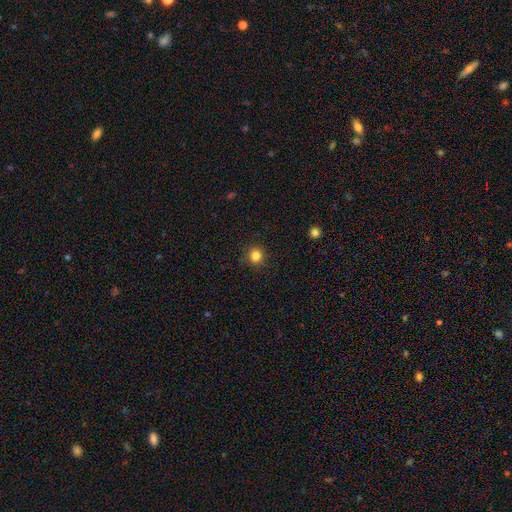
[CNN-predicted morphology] A smooth galaxy with no disk features (83%) that is round (91%).

Vote fractions:
- Smooth or featured? smooth: 83% / star or artifact: 13% / featured or disk: 5%
- How rounded? round: 91% / in between: 8% / cigar-shaped: 1%
- Merging? none: 90% / minor disturbance: 7% / major disturbance: 2% / merger: 1%